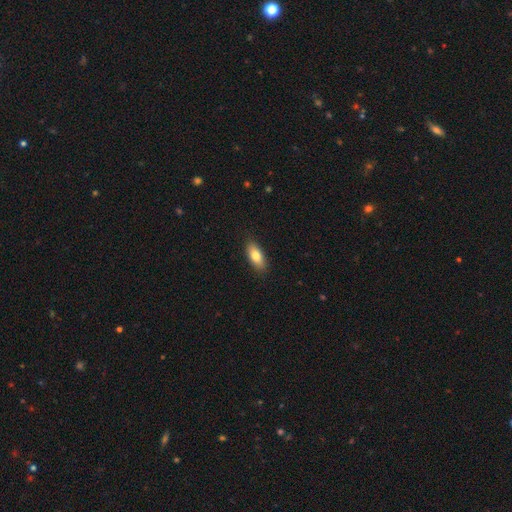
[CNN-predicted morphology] The model was most divided on "smooth or featured": smooth: 81%, featured or disk: 13%, star or artifact: 7%. More confident: merging — none (87%); how rounded — in between (85%).